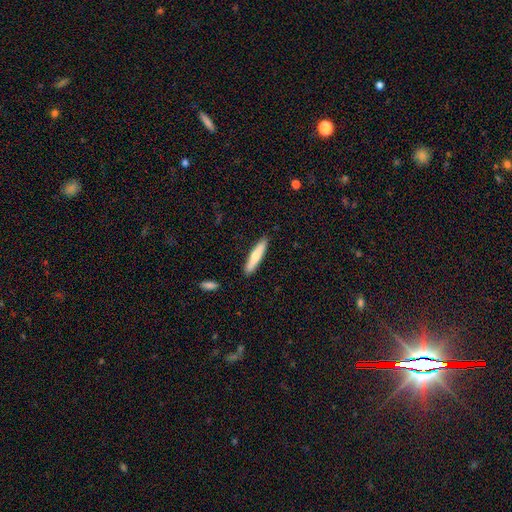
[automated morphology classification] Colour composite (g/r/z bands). It shows a smooth galaxy with no disk features (66%) that is cigar-shaped (87%). Merging: none (90%).